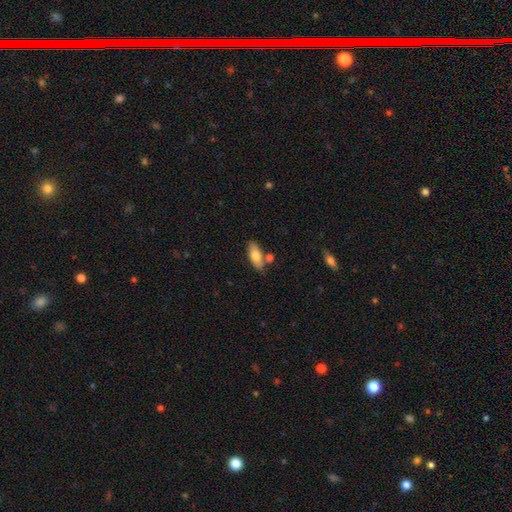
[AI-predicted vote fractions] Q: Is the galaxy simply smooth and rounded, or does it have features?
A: smooth — 76%.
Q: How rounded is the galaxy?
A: in between — 78%.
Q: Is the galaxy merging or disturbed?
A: none — 74%.